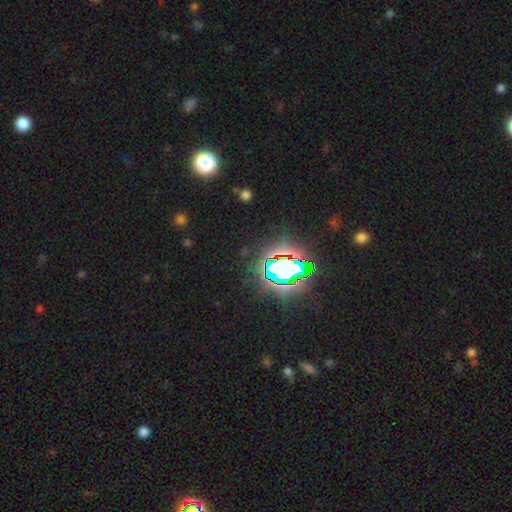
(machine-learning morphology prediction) Smooth or featured?
  - star or artifact: 79% *
  - smooth: 13%
  - featured or disk: 8%